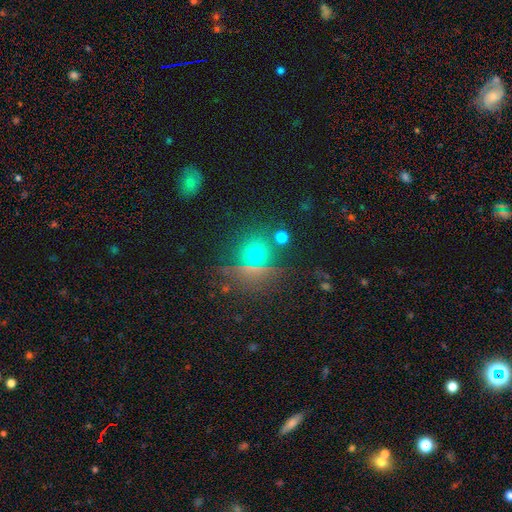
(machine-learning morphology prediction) Smooth or featured: smooth — 52% (star or artifact — 35%)
How rounded: round — 87% (in between — 11%)
Merging: none — 75% (merger — 10%)